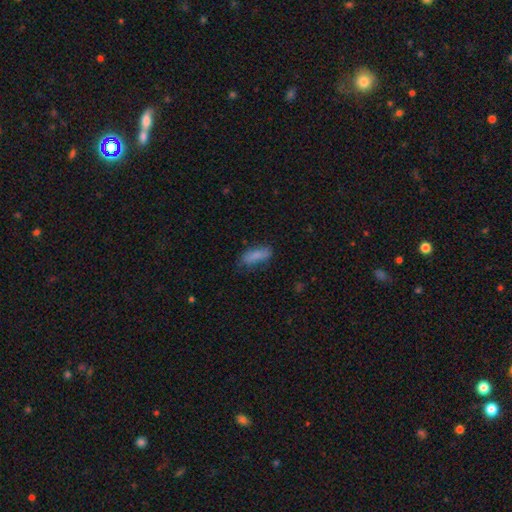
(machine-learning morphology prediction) This is clearly a smooth galaxy (80%). How rounded: likely in between (66%). Merging: likely none (62%).